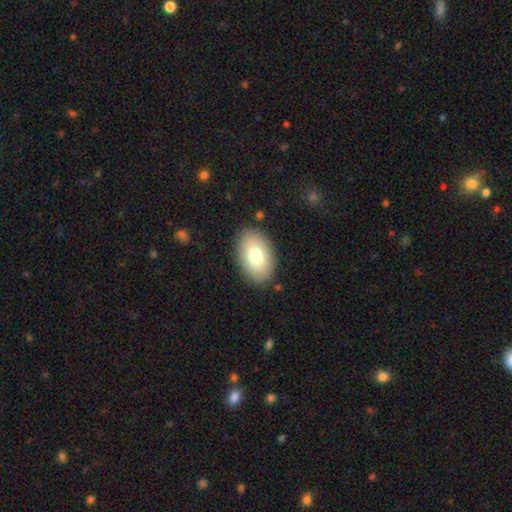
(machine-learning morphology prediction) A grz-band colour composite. It shows a smooth galaxy with no disk features (76%) that is in between round and cigar-shaped (90%). Merging: none (86%).